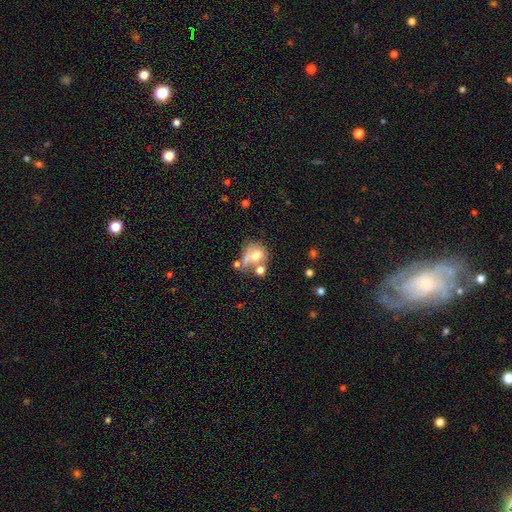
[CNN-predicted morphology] Smooth or featured: smooth — 62% (featured or disk — 26%)
How rounded: round — 63% (in between — 35%)
Merging: merger — 40% (none — 30%)